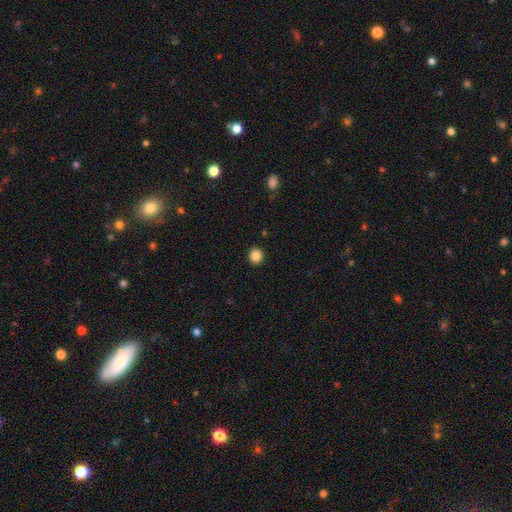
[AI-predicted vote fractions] Overall: smooth (85%). How rounded: round (90%). Merging: none (93%).